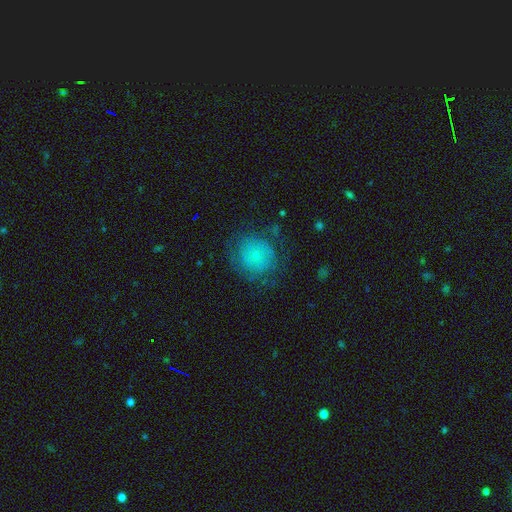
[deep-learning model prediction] Morphology: type=smooth (64%); roundness=round (87%); merging=none (65%).